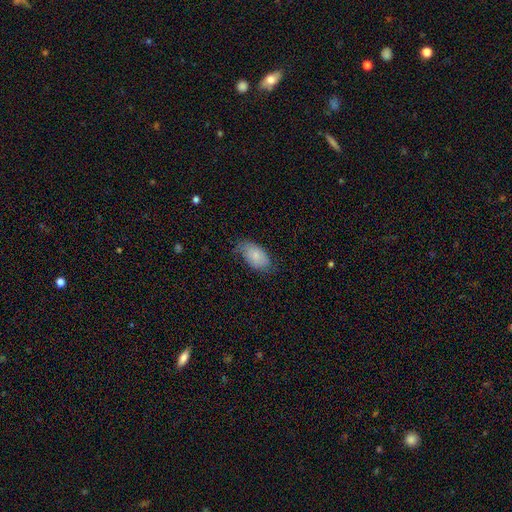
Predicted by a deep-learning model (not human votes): smooth 78%, featured or disk 16%, star or artifact 7%. Down the decision tree: how rounded — in between (94%); merging — none (55%).